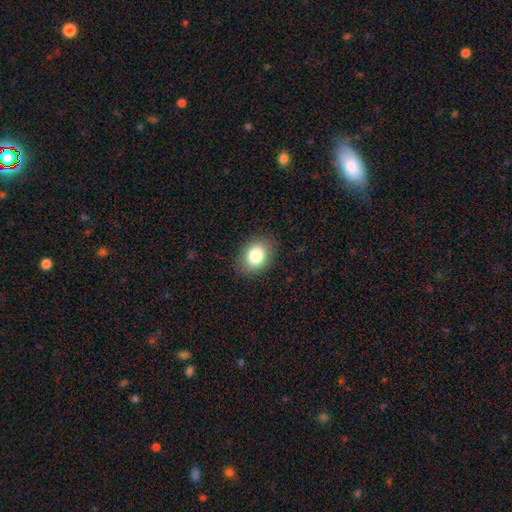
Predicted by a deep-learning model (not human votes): smooth_or_featured: smooth (p=0.83) [alt: star or artifact p=0.09]
how_rounded: in between (p=0.55) [alt: round p=0.44]
merging: none (p=0.87) [alt: minor disturbance p=0.10]